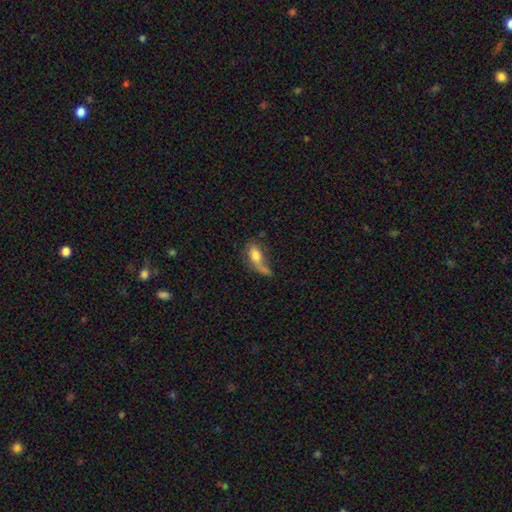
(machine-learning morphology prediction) Overall: smooth (62%; featured or disk 29%). How rounded: in between (74%). Merging: major disturbance (32%; none 29%).